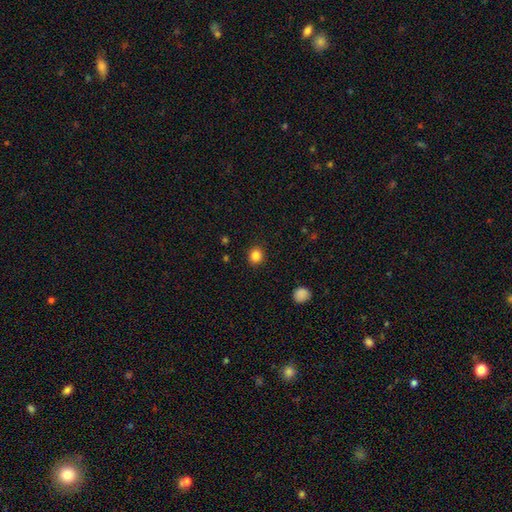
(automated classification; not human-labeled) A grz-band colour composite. It shows a smooth galaxy with no disk features (85%) that is round (83%). Merging: none (91%).